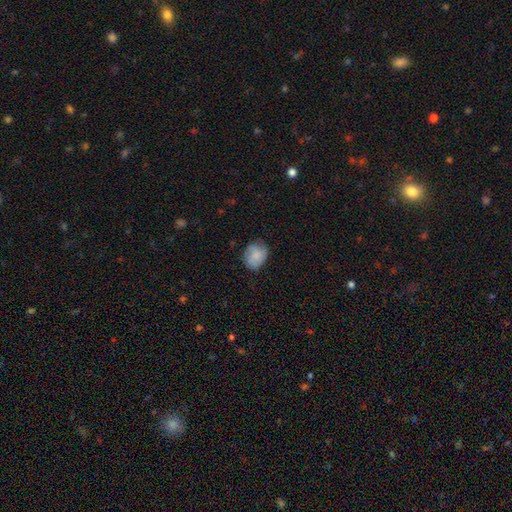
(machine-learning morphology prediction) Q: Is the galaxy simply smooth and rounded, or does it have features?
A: smooth — 78%.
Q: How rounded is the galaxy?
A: round — 59%.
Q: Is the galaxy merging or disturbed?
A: none — 69%.